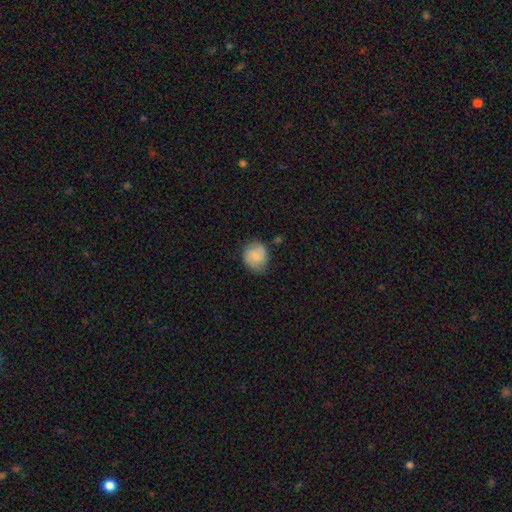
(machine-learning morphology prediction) A smooth galaxy with no disk features (63%) that is round (78%). Merging: none (68%).